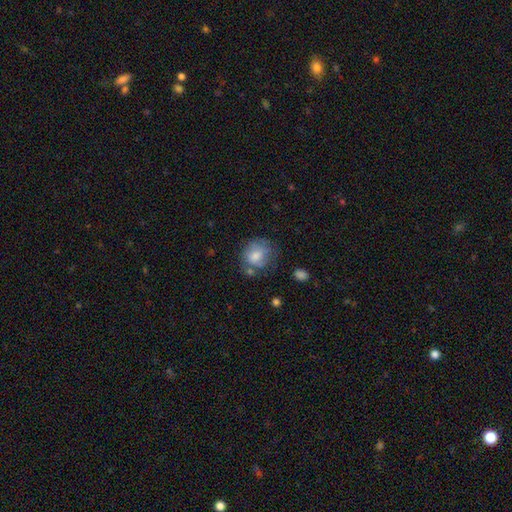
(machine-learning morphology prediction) Smooth or featured? Predicted: smooth (p=0.73). How rounded? Predicted: round (p=0.72). Merging? Predicted: none (p=0.52).